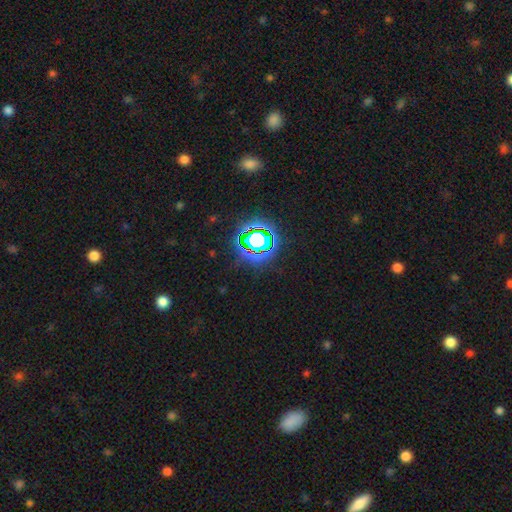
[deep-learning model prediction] A star or artifact, not a galaxy (76%).

Vote fractions:
- Smooth or featured? star or artifact: 76% / smooth: 16% / featured or disk: 8%